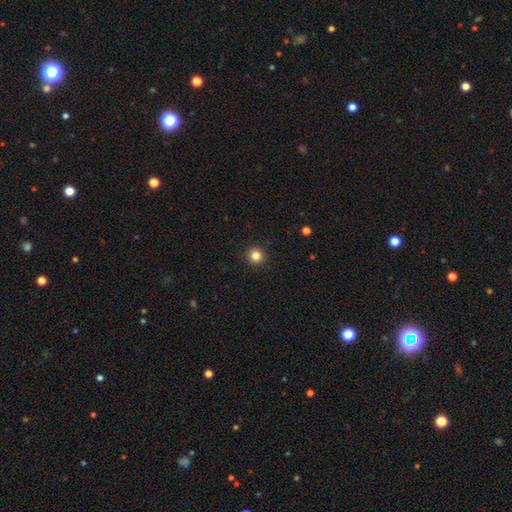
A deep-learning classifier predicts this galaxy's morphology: Smooth or featured?
  - smooth: 83% *
  - star or artifact: 12%
  - featured or disk: 5%
How rounded?
  - round: 94% *
  - in between: 5%
  - cigar-shaped: 1%
Merging?
  - none: 93% *
  - minor disturbance: 5%
  - major disturbance: 2%
  - merger: 1%